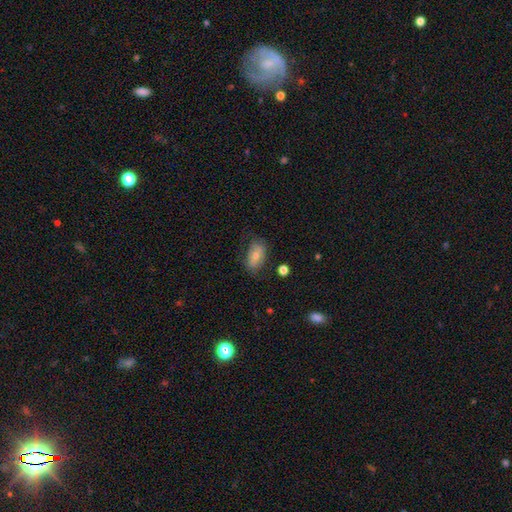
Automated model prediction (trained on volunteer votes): Q: Smooth or featured?
A: smooth (65%); runner-up: featured or disk (27%)
Q: How rounded?
A: in between (88%); runner-up: round (9%)
Q: Merging?
A: none (68%); runner-up: minor disturbance (22%)